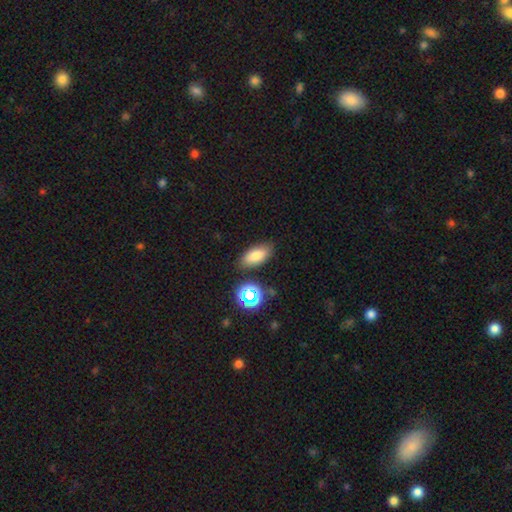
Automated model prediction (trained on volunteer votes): Overall: smooth (78%). How rounded: in between (87%). Merging: none (81%).